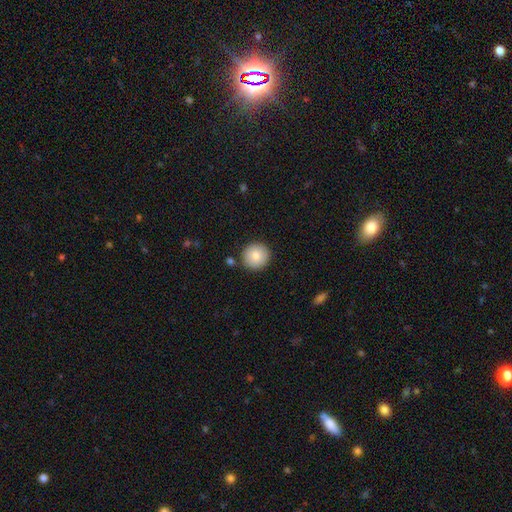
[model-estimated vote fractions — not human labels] smooth-or-featured: smooth: 83% | featured or disk: 9% | star or artifact: 8%
  how-rounded: round: 95% | in between: 4% | cigar-shaped: 1%
  merging: none: 88% | minor disturbance: 7% | merger: 3% | major disturbance: 2%